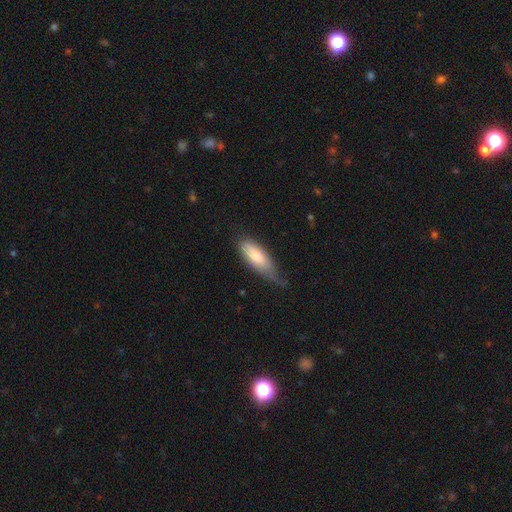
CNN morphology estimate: smooth-or-featured: smooth: 72% | featured or disk: 22% | star or artifact: 6%
  how-rounded: in between: 60% | cigar-shaped: 38% | round: 2%
  merging: none: 44% | minor disturbance: 41% | major disturbance: 13% | merger: 2%